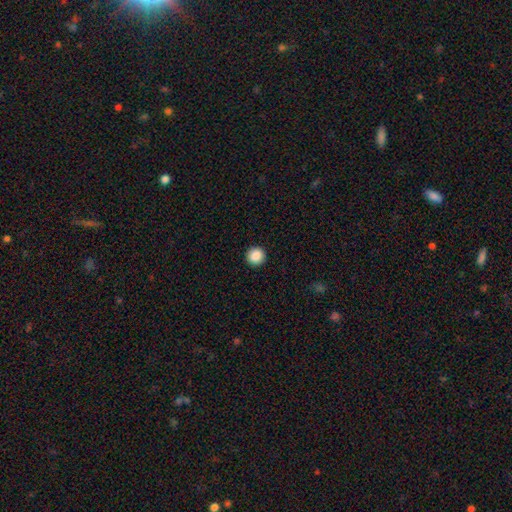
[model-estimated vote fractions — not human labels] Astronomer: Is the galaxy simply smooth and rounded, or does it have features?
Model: smooth — 88%.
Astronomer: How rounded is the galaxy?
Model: round — 95%.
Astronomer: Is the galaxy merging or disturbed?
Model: none — 93%.